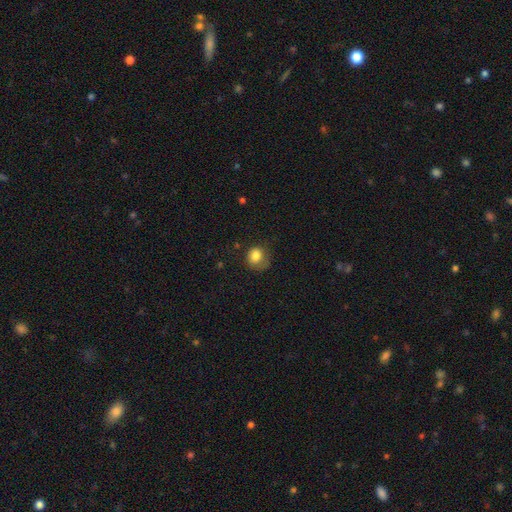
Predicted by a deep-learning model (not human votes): smooth_or_featured: smooth (p=0.80) [alt: star or artifact p=0.10]
how_rounded: round (p=0.67) [alt: in between p=0.32]
merging: none (p=0.49) [alt: minor disturbance p=0.29]